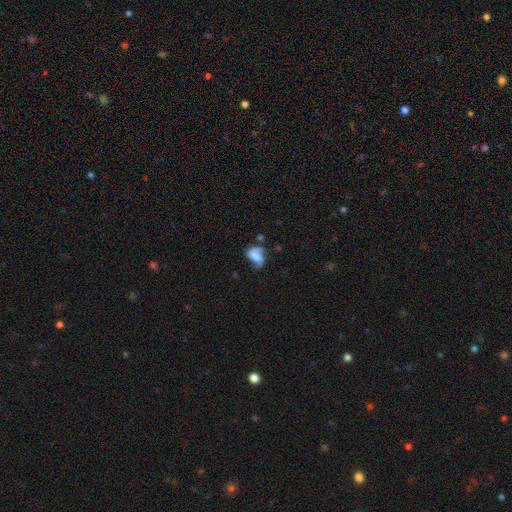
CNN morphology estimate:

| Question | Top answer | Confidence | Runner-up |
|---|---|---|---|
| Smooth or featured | featured or disk | 48% | smooth (42%) |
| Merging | none | 43% | minor disturbance (29%) |